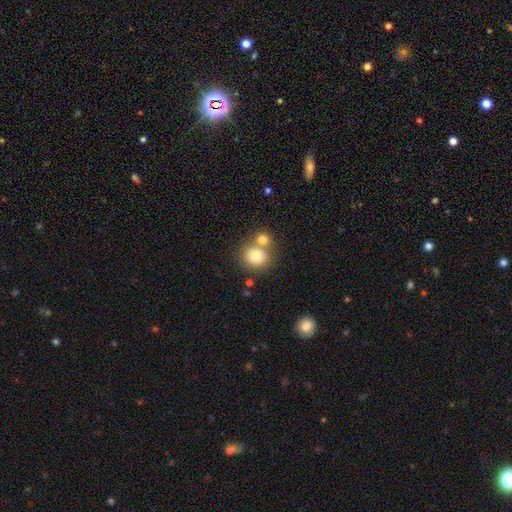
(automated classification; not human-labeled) smooth 78%, featured or disk 12%, star or artifact 10%. Down the decision tree: how rounded — round (84%); merging — none (50%).